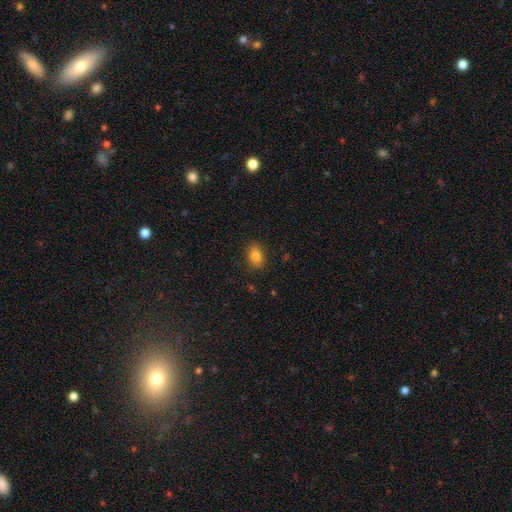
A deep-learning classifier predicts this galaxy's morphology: This appears to be a smooth galaxy with no disk features (86%) that is in between round and cigar-shaped (81%). Merging: none (84%).